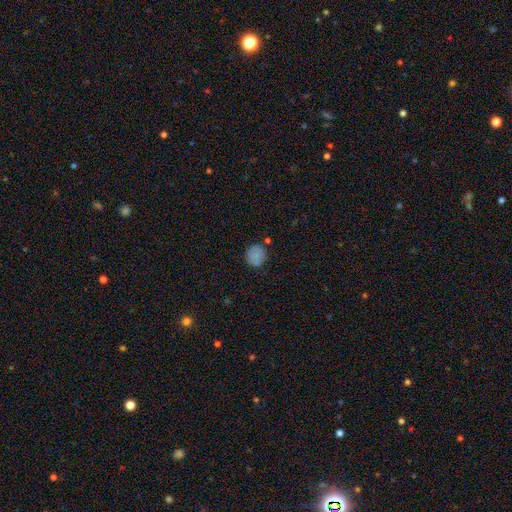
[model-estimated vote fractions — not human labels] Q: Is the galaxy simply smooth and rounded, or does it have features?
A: smooth — 82%.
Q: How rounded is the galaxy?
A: round — 83%.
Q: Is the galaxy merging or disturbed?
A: none — 77%.